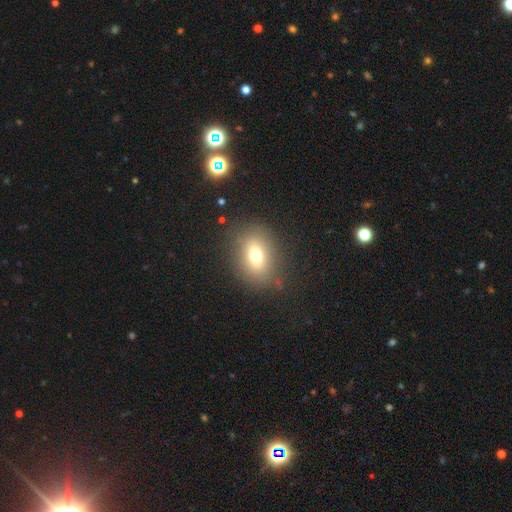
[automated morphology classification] A smooth galaxy with no disk features (71%) that is in between round and cigar-shaped (60%). Merging: none (82%).